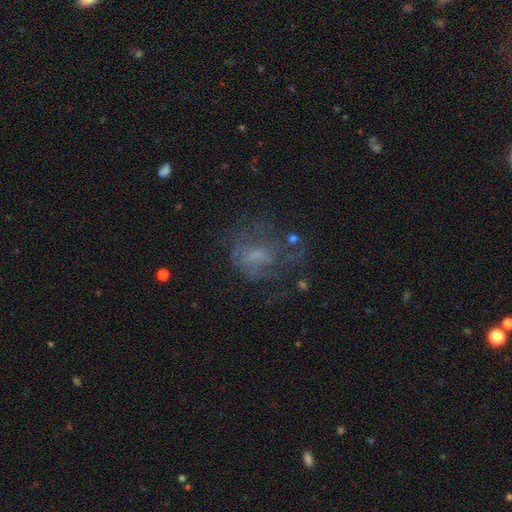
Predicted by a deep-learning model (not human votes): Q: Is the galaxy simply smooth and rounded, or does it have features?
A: featured or disk — 51%.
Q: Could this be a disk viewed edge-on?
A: no — 97%.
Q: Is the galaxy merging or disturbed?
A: none — 44%.